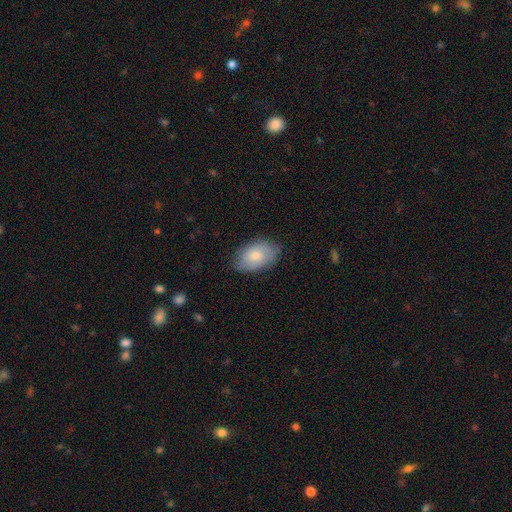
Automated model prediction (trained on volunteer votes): A smooth galaxy with no disk features (77%) that is in between round and cigar-shaped (91%).

Vote fractions:
- Smooth or featured? smooth: 77% / featured or disk: 17% / star or artifact: 6%
- How rounded? in between: 91% / round: 8% / cigar-shaped: 1%
- Merging? none: 75% / minor disturbance: 20% / major disturbance: 4% / merger: 1%